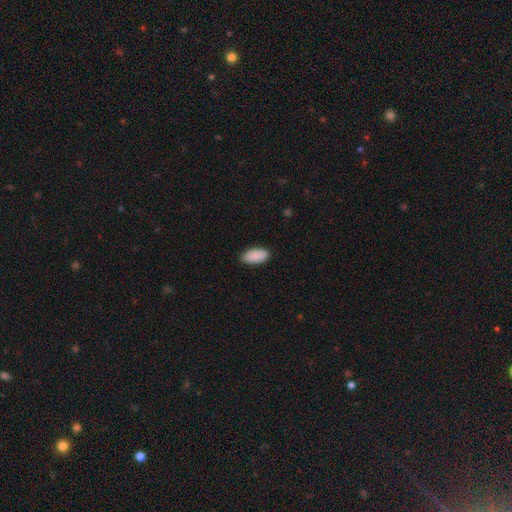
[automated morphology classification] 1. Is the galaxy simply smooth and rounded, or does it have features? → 90% smooth, 6% star or artifact, 4% featured or disk.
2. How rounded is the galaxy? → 94% in between, 4% cigar-shaped, 2% round.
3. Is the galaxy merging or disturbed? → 86% none, 11% minor disturbance, 2% major disturbance, 1% merger.